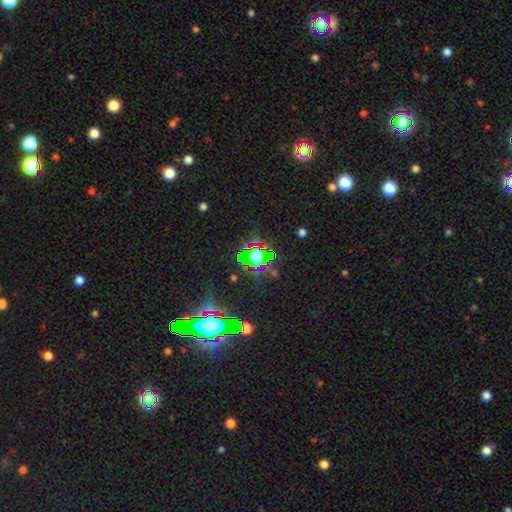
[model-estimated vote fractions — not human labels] Q: Smooth or featured?
A: star or artifact (72%); runner-up: smooth (17%)